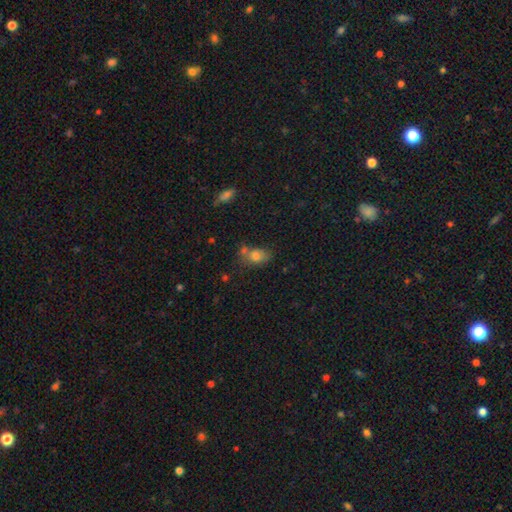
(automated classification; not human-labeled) smooth-or-featured: smooth: 74% | featured or disk: 13% | star or artifact: 12%
  how-rounded: in between: 75% | round: 23% | cigar-shaped: 2%
  merging: none: 49% | merger: 25% | minor disturbance: 19% | major disturbance: 7%